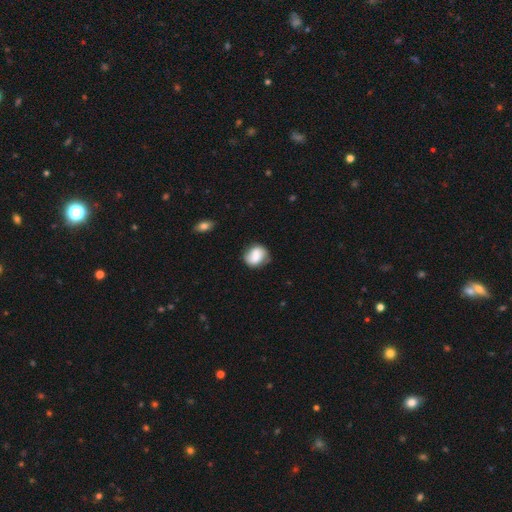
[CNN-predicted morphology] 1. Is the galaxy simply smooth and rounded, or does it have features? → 73% smooth, 19% featured or disk, 8% star or artifact.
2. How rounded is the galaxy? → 57% round, 41% in between, 1% cigar-shaped.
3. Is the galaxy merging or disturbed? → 64% none, 26% minor disturbance, 7% major disturbance, 3% merger.